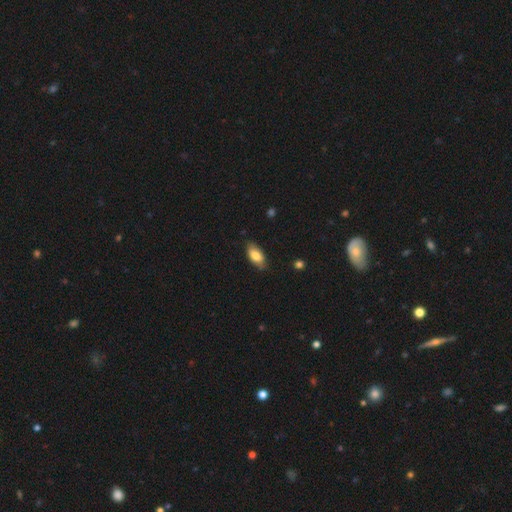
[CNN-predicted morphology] This appears to be a smooth galaxy with no disk features (79%) that is in between round and cigar-shaped (91%). Merging: none (80%).